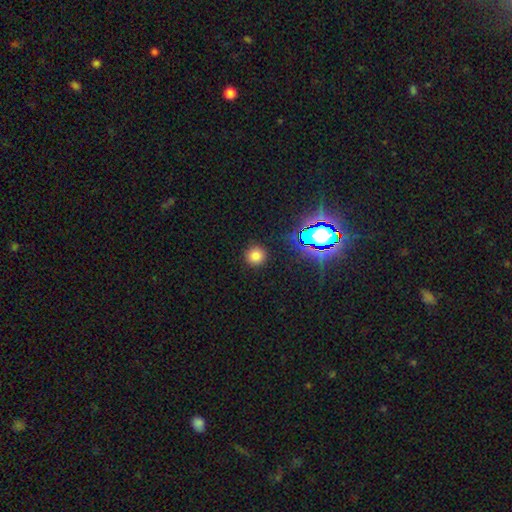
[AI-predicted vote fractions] Overall: smooth (75%). How rounded: round (93%). Merging: none (90%).